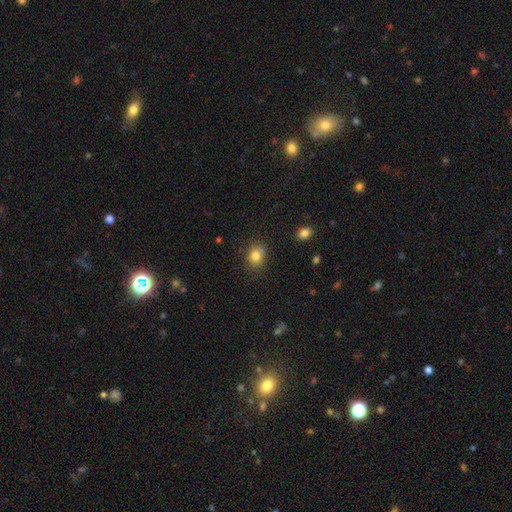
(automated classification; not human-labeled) Morphology: type=smooth (80%); roundness=round (62%); merging=none (68%).